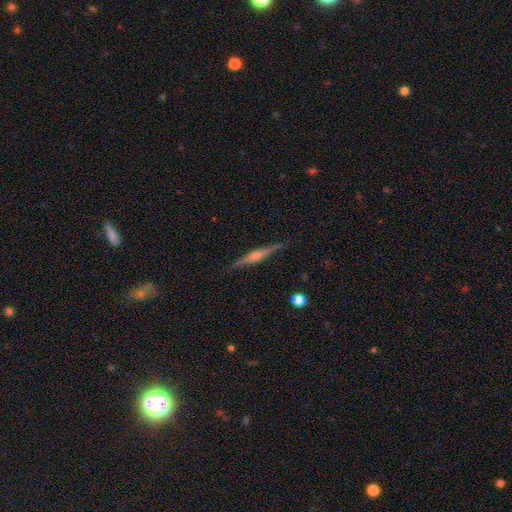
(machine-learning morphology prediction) Q: Smooth or featured?
A: featured or disk (76%); runner-up: smooth (17%)
Q: Edge-on disk?
A: yes (98%); runner-up: no (2%)
Q: Edge-on bulge?
A: rounded (76%); runner-up: boxy (15%)
Q: Merging?
A: none (90%); runner-up: minor disturbance (7%)